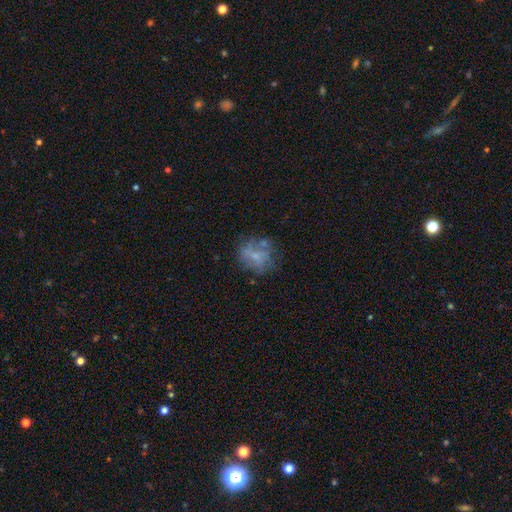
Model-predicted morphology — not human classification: smooth_or_featured: featured or disk (p=0.50) [alt: smooth p=0.38]
disk_edge_on: no (p=0.98) [alt: yes p=0.02]
merging: none (p=0.56) [alt: minor disturbance p=0.21]